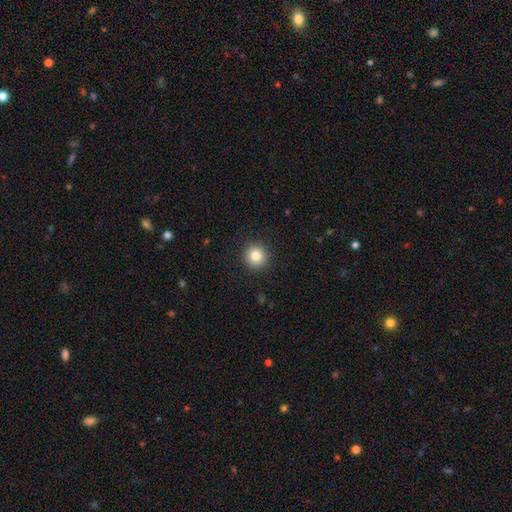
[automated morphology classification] This appears to be a smooth galaxy with no disk features (83%) that is round (94%). Merging: none (91%).